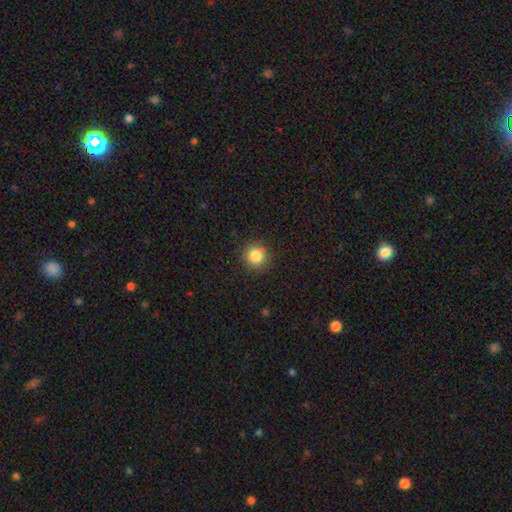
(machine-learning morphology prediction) smooth_or_featured: smooth (p=0.84) [alt: star or artifact p=0.12]
how_rounded: round (p=0.93) [alt: in between p=0.06]
merging: none (p=0.88) [alt: minor disturbance p=0.08]